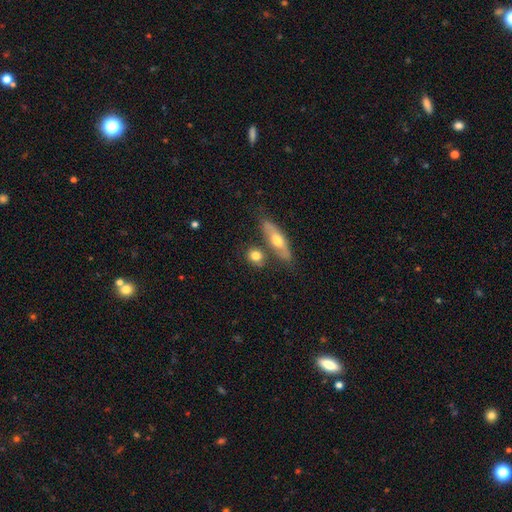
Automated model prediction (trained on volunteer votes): This is likely a smooth galaxy (72%). How rounded: possibly round (56%). Merging: likely none (64%).